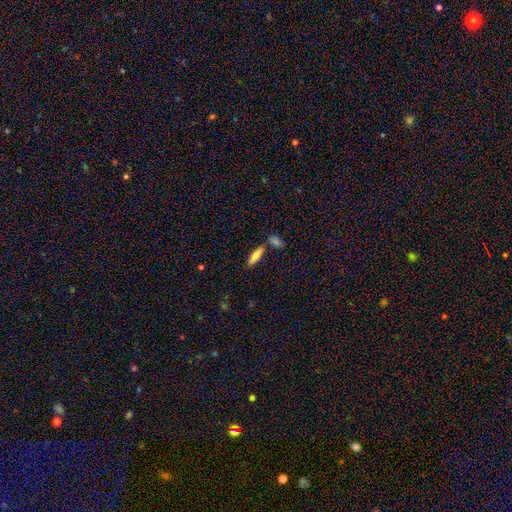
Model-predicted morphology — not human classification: type=smooth (67%); roundness=cigar-shaped (63%); merging=none (73%).